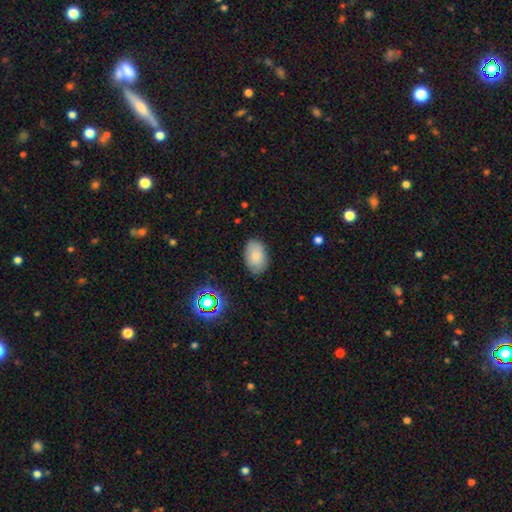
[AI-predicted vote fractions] The model was most divided on "merging": none: 83%, minor disturbance: 13%, major disturbance: 3%, merger: 1%. More confident: how rounded — in between (89%); smooth or featured — smooth (81%).